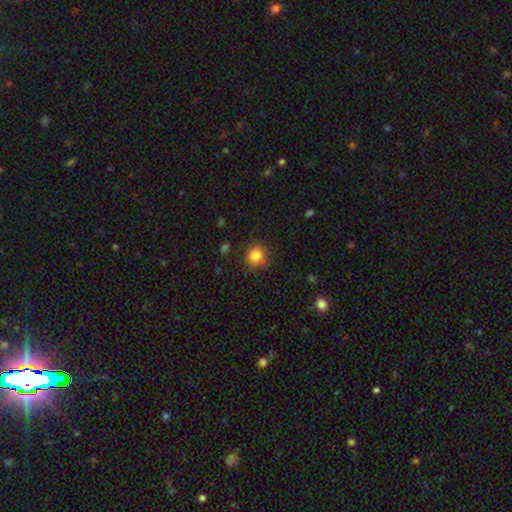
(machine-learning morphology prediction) smooth-or-featured: smooth: 84% | star or artifact: 11% | featured or disk: 5%
  how-rounded: round: 88% | in between: 11% | cigar-shaped: 1%
  merging: none: 80% | minor disturbance: 14% | major disturbance: 4% | merger: 2%